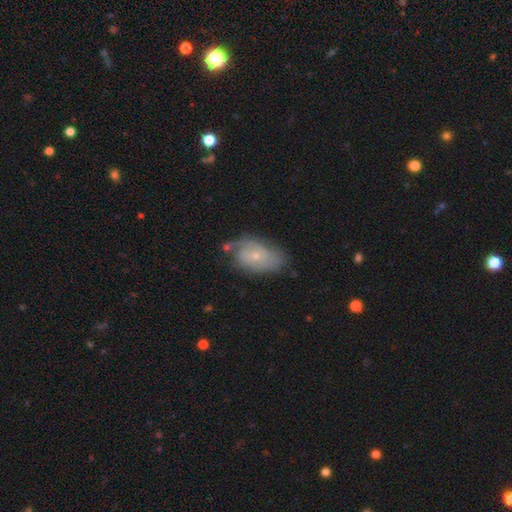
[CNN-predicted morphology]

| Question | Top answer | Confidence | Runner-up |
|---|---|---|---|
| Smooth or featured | featured or disk | 65% | smooth (28%) |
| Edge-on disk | no | 95% | yes (5%) |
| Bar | no | 73% | weak (24%) |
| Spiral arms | yes | 83% | no (17%) |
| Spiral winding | tight | 47% | medium (36%) |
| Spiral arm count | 2 | 37% | can't tell (36%) |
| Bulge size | small | 73% | moderate (22%) |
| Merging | none | 55% | minor disturbance (28%) |